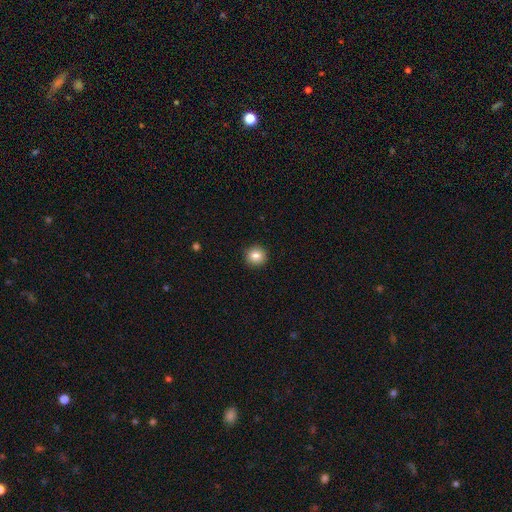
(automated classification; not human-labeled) A smooth galaxy with no disk features (85%) that is round (94%).

Vote fractions:
- Smooth or featured? smooth: 85% / star or artifact: 9% / featured or disk: 5%
- How rounded? round: 94% / in between: 5% / cigar-shaped: 1%
- Merging? none: 93% / minor disturbance: 5% / major disturbance: 2% / merger: 1%